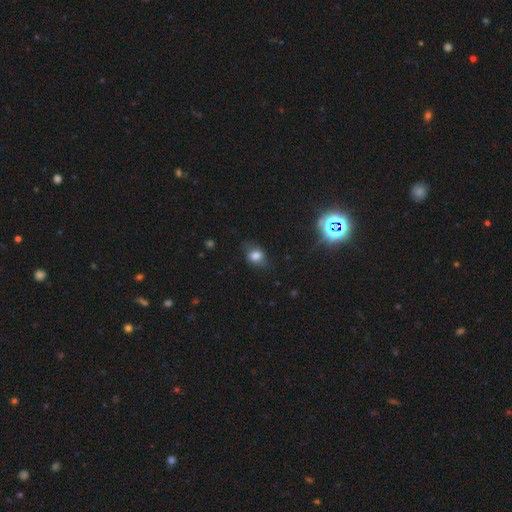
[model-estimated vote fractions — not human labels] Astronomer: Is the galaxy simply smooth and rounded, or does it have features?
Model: smooth — 73%.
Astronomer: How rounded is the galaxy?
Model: in between — 63%.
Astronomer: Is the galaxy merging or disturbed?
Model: none — 68%.